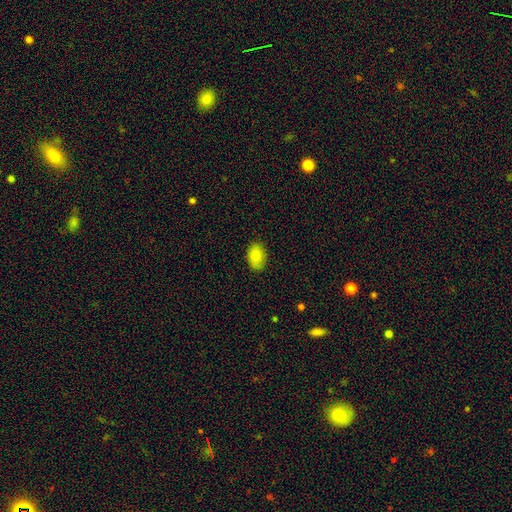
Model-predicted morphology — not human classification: A smooth galaxy with no disk features (86%) that is in between round and cigar-shaped (87%). Merging: none (87%).